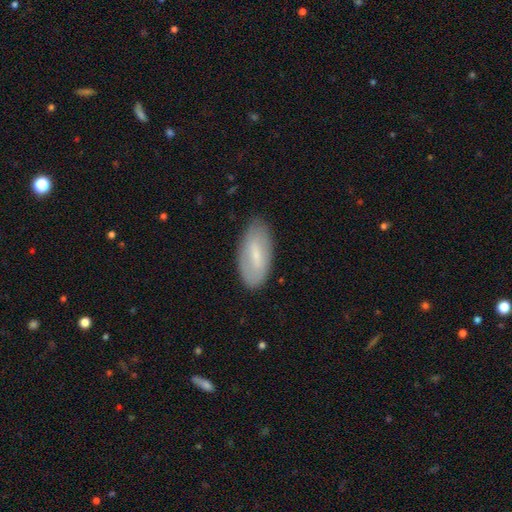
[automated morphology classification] smooth-or-featured: smooth: 57% | featured or disk: 36% | star or artifact: 7%
  how-rounded: in between: 89% | cigar-shaped: 8% | round: 2%
  merging: none: 82% | minor disturbance: 14% | major disturbance: 3% | merger: 1%